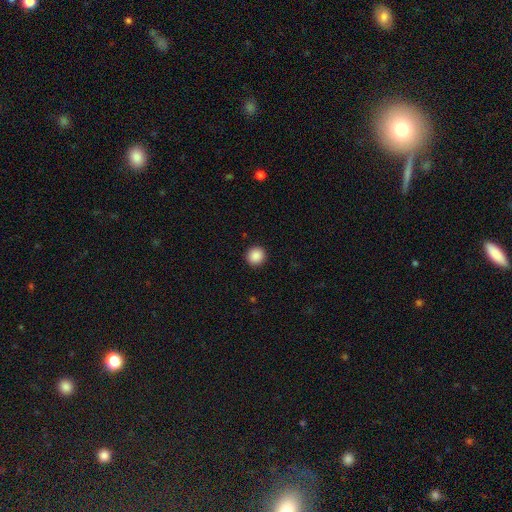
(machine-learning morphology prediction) smooth-or-featured: smooth: 88% | star or artifact: 9% | featured or disk: 3%
  how-rounded: round: 94% | in between: 5% | cigar-shaped: 1%
  merging: none: 93% | minor disturbance: 4% | major disturbance: 2% | merger: 1%